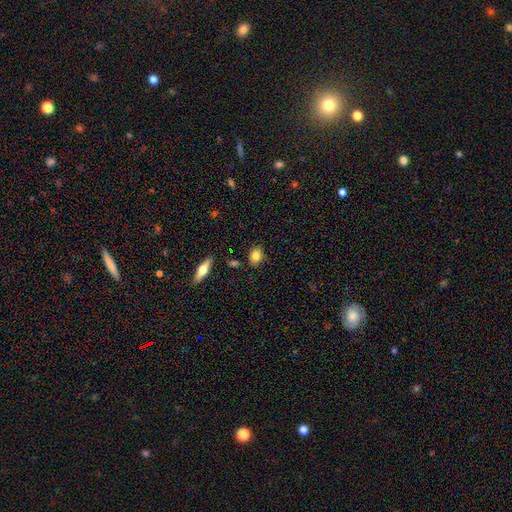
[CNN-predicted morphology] smooth 81%, featured or disk 11%, star or artifact 8%. Down the decision tree: how rounded — in between (62%); merging — none (84%).